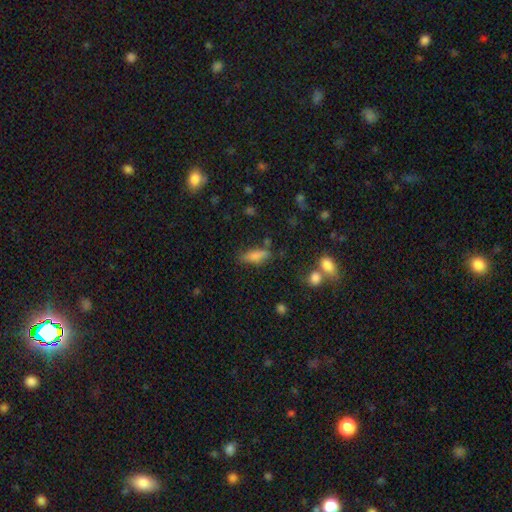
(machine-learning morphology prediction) Q: Smooth or featured?
A: smooth (78%); runner-up: featured or disk (12%)
Q: How rounded?
A: in between (51%); runner-up: cigar-shaped (46%)
Q: Merging?
A: none (68%); runner-up: minor disturbance (19%)